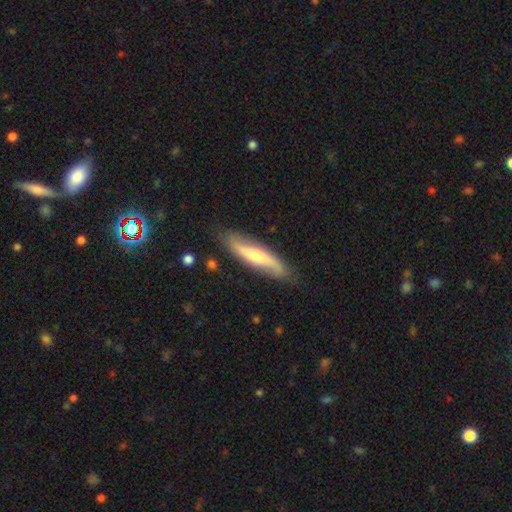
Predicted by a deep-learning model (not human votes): smooth-or-featured: featured or disk: 57% | smooth: 37% | star or artifact: 5%
  disk-edge-on: no: 55% | yes: 45%
  merging: none: 78% | minor disturbance: 16% | major disturbance: 4% | merger: 2%